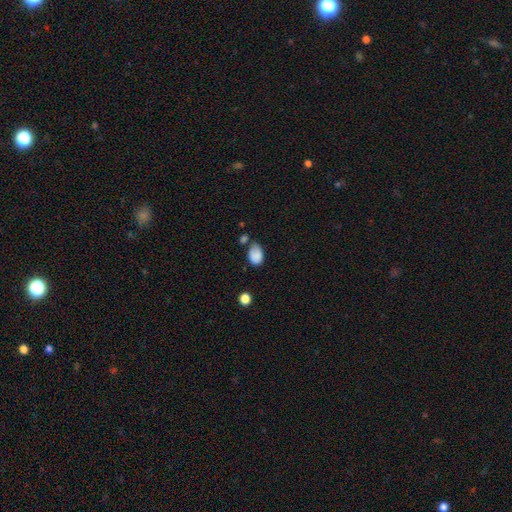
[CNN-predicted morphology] This appears to be a smooth galaxy with no disk features (83%) that is in between round and cigar-shaped (87%). Merging: none (45%).